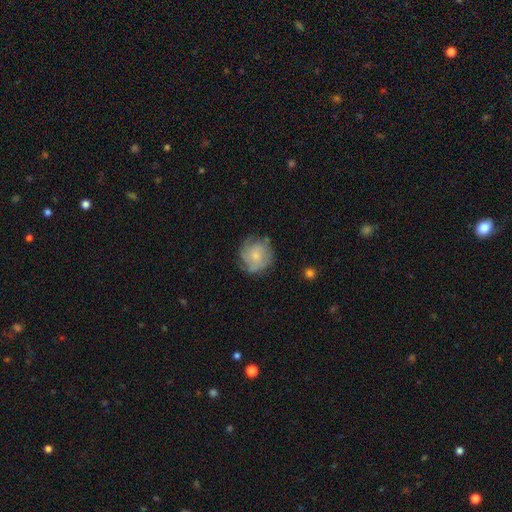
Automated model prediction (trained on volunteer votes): A featured or disk galaxy (57%) with no bar (78%), spiral arms (85%) and a small central bulge (49%). Merging: none (71%).